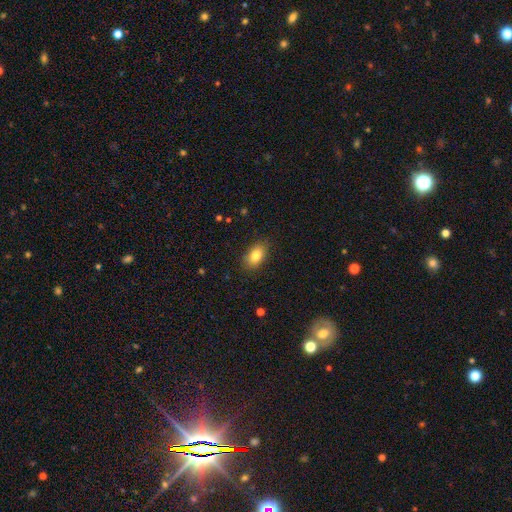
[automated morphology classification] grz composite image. It shows a smooth galaxy with no disk features (83%) that is in between round and cigar-shaped (88%). Merging: none (85%).